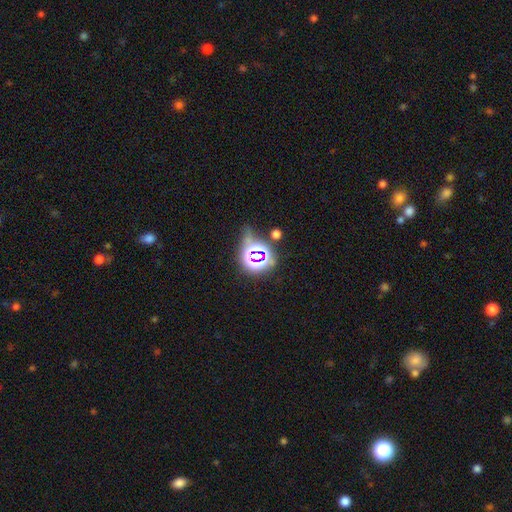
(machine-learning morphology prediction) smooth-or-featured: star or artifact: 64% | smooth: 25% | featured or disk: 11%